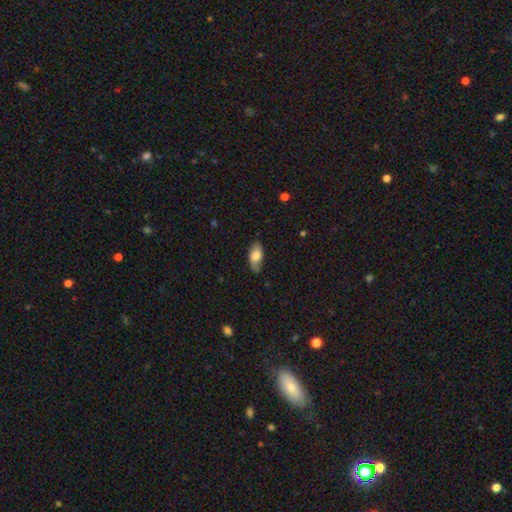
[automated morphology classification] smooth 66%, featured or disk 27%, star or artifact 7%. Down the decision tree: how rounded — in between (84%); merging — none (77%).